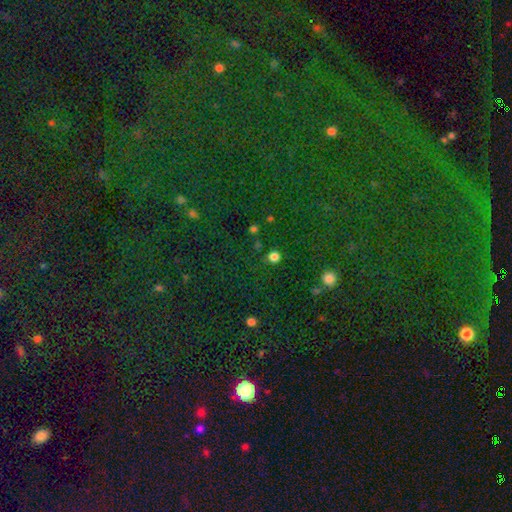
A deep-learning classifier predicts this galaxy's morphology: This appears to be a star or artifact, not a galaxy (79%).